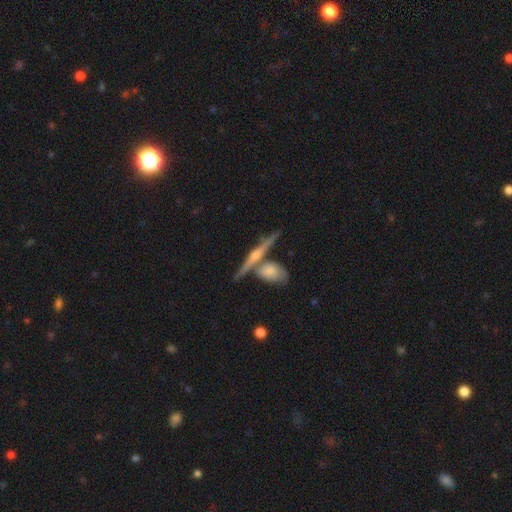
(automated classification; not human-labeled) Smooth or featured?
  - featured or disk: 75% *
  - smooth: 18%
  - star or artifact: 7%
Edge-on disk?
  - yes: 95% *
  - no: 5%
Edge-on bulge?
  - rounded: 83% *
  - boxy: 9%
  - none: 8%
Merging?
  - none: 68% *
  - merger: 19%
  - minor disturbance: 10%
  - major disturbance: 3%